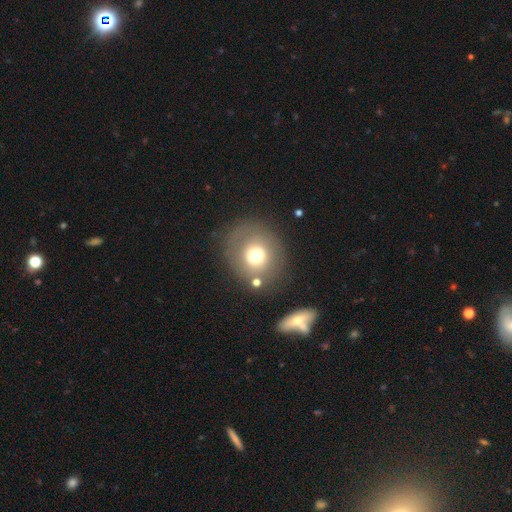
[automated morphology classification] Q: Smooth or featured?
A: smooth (66%); runner-up: featured or disk (22%)
Q: How rounded?
A: round (84%); runner-up: in between (15%)
Q: Merging?
A: none (73%); runner-up: minor disturbance (13%)